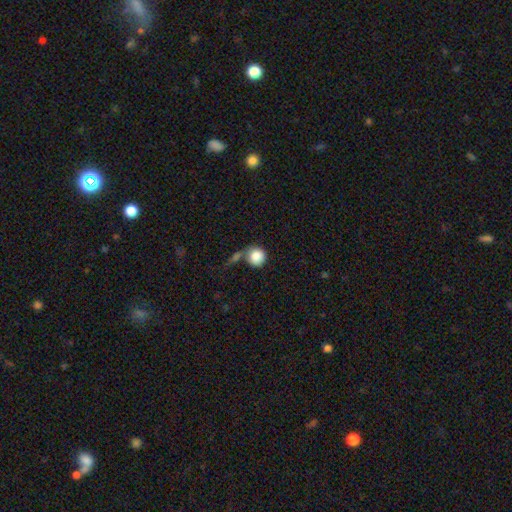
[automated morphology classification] smooth 86%, star or artifact 7%, featured or disk 6%. Down the decision tree: how rounded — round (91%); merging — none (47%).